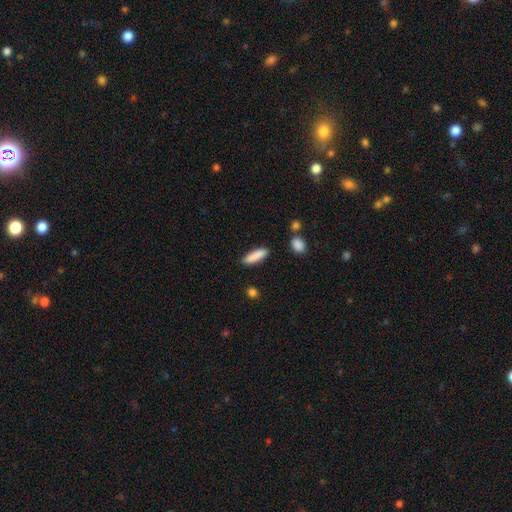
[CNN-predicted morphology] smooth 87%, featured or disk 7%, star or artifact 6%. Down the decision tree: how rounded — cigar-shaped (68%); merging — none (87%).